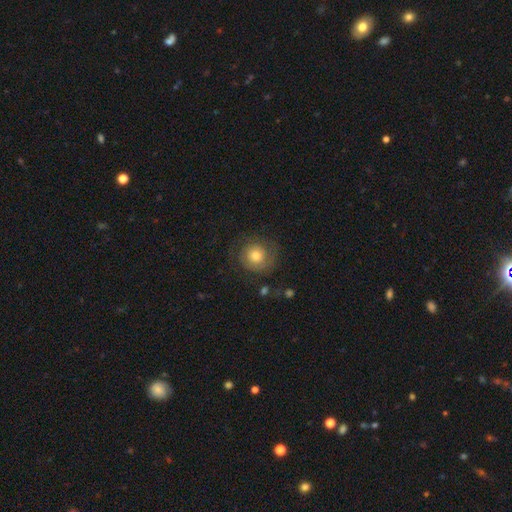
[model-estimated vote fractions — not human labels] smooth-or-featured: smooth: 51% | featured or disk: 40% | star or artifact: 9%
  how-rounded: round: 90% | in between: 9% | cigar-shaped: 1%
  merging: none: 71% | minor disturbance: 15% | major disturbance: 12% | merger: 2%